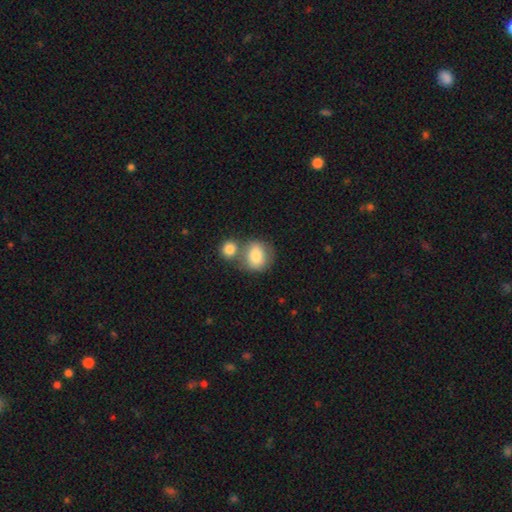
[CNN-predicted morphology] Smooth or featured: smooth — 80% (featured or disk — 13%)
How rounded: round — 66% (in between — 33%)
Merging: none — 43% (merger — 40%)